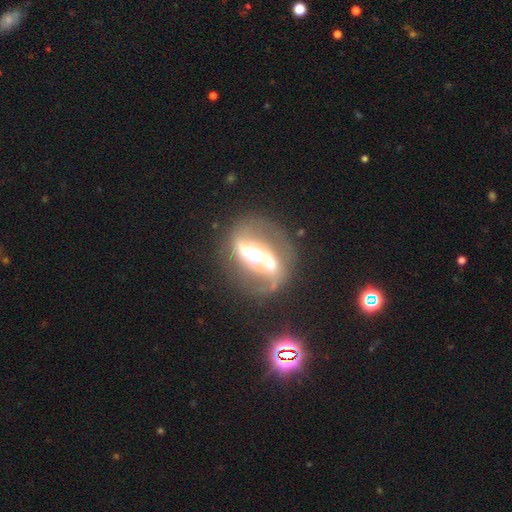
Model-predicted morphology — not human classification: A featured or disk galaxy (83%) with a strong bar (69%), 2 (88%) loose (50%) spiral arms (76%) and a moderate central bulge (56%).

Vote fractions:
- Smooth or featured? featured or disk: 83% / smooth: 10% / star or artifact: 7%
- Edge-on disk? no: 88% / yes: 12%
- Bar? strong: 69% / weak: 18% / no: 13%
- Spiral arms? yes: 76% / no: 24%
- Spiral winding? loose: 50% / medium: 36% / tight: 14%
- Spiral arm count? 2: 88% / can't tell: 5% / 1: 4% / 3: 1% / 4: 1% / more than 4: 1%
- Bulge size? moderate: 56% / large: 23% / small: 13% / dominant: 6% / none: 2%
- Merging? none: 66% / minor disturbance: 15% / major disturbance: 13% / merger: 6%